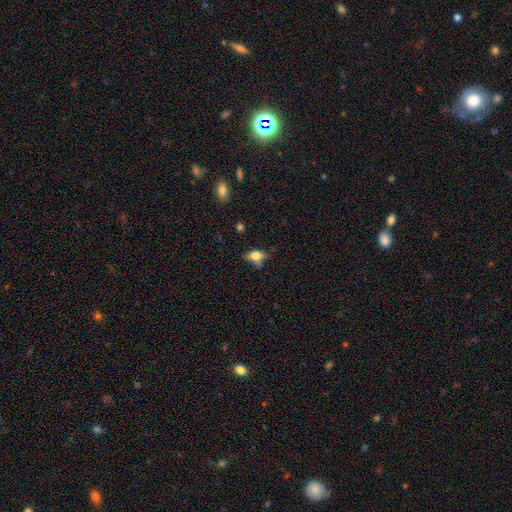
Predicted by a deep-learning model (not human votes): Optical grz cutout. It shows a smooth galaxy with no disk features (64%) that is in between round and cigar-shaped (75%). Merging: none (46%).